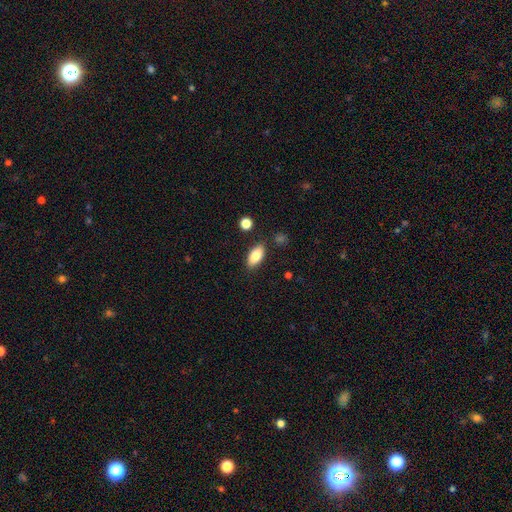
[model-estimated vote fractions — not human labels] smooth_or_featured: smooth (p=0.81) [alt: featured or disk p=0.12]
how_rounded: in between (p=0.88) [alt: cigar-shaped p=0.09]
merging: none (p=0.84) [alt: minor disturbance p=0.11]